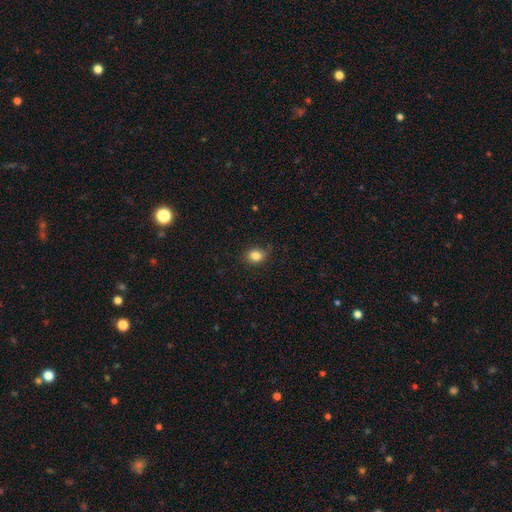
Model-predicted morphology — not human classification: type=smooth (84%); roundness=round (55%); merging=none (78%).